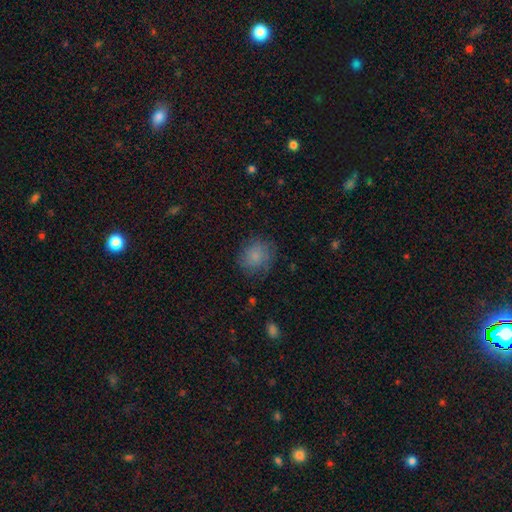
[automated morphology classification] smooth_or_featured: smooth (p=0.79) [alt: featured or disk p=0.12]
how_rounded: round (p=0.78) [alt: in between p=0.21]
merging: none (p=0.72) [alt: minor disturbance p=0.19]